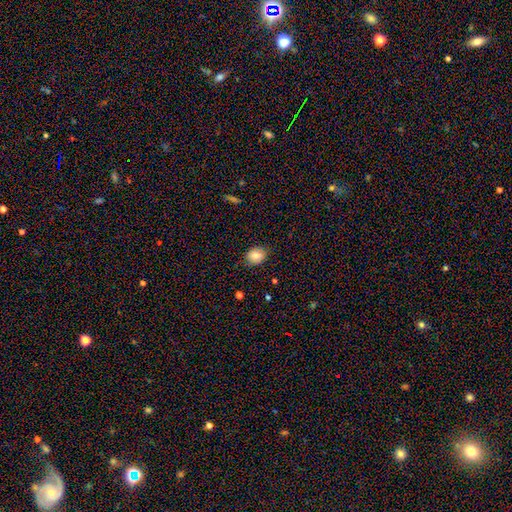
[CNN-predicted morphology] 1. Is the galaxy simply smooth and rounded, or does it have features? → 81% smooth, 9% featured or disk, 9% star or artifact.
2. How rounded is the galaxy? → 54% in between, 45% round, 1% cigar-shaped.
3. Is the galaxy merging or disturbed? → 82% none, 14% minor disturbance, 3% major disturbance, 1% merger.